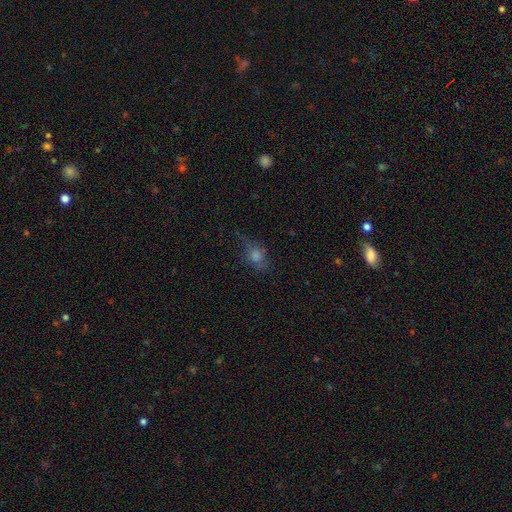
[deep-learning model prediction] smooth 65%, featured or disk 18%, star or artifact 17%. Down the decision tree: how rounded — in between (63%); merging — none (54%).